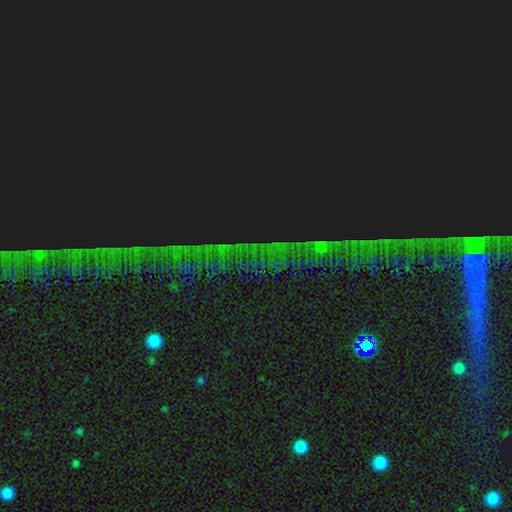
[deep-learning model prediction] Smooth or featured? Predicted: star or artifact (p=0.85).